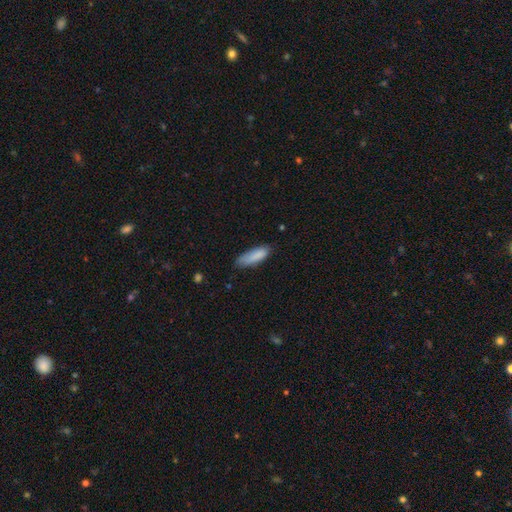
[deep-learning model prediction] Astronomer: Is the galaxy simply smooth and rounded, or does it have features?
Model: smooth — 86%.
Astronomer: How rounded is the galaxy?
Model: in between — 55% (runner-up: cigar-shaped, 43%).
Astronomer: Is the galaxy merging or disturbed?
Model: none — 66%.